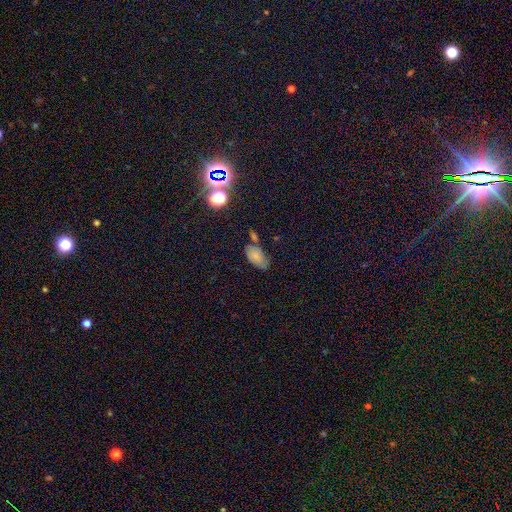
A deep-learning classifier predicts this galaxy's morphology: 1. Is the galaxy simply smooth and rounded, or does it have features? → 72% smooth, 15% featured or disk, 12% star or artifact.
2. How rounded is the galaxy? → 93% in between, 4% round, 3% cigar-shaped.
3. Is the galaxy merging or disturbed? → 57% none, 24% minor disturbance, 13% merger, 6% major disturbance.